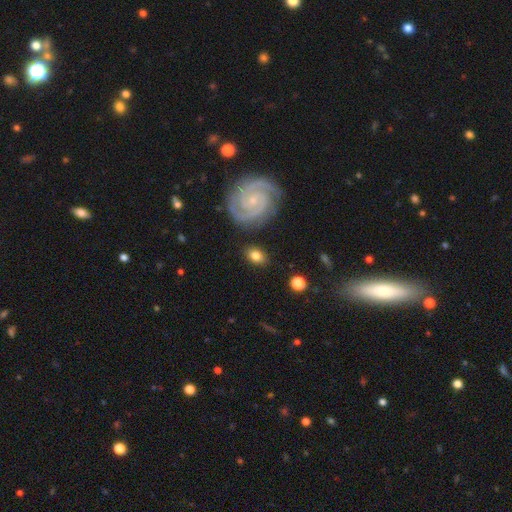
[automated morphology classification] A smooth galaxy with no disk features (59%) that is in between round and cigar-shaped (79%). Merging: none (83%).